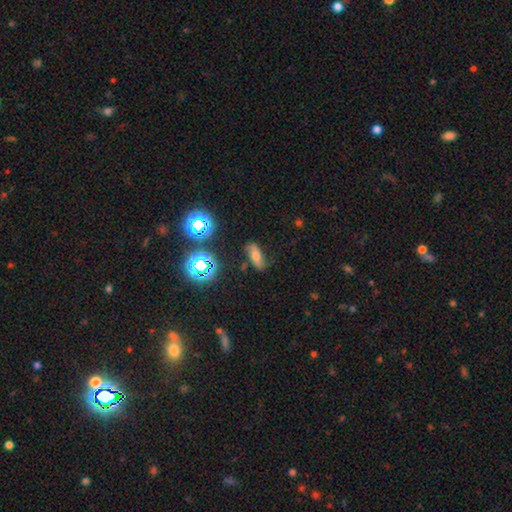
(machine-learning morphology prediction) This is possibly a smooth galaxy (50%). Merging: likely none (69%).